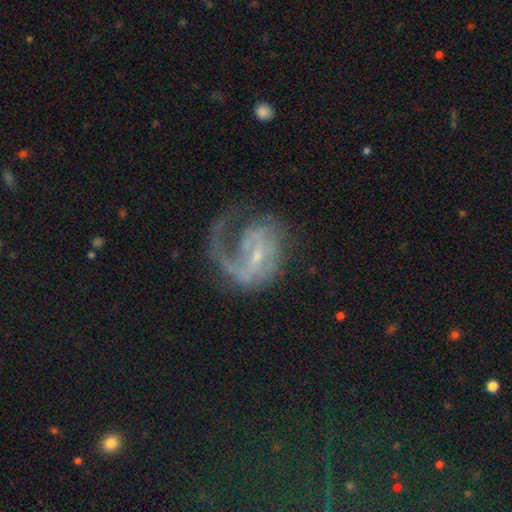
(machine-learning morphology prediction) smooth_or_featured: featured or disk (p=0.83) [alt: smooth p=0.09]
disk_edge_on: no (p=0.98) [alt: yes p=0.02]
bar: weak (p=0.50) [alt: no p=0.32]
has_spiral_arms: yes (p=0.92) [alt: no p=0.08]
spiral_winding: medium (p=0.44) [alt: loose p=0.31]
spiral_arm_count: 1 (p=0.62) [alt: 2 p=0.22]
bulge_size: small (p=0.74) [alt: moderate p=0.16]
merging: none (p=0.42) [alt: major disturbance p=0.37]